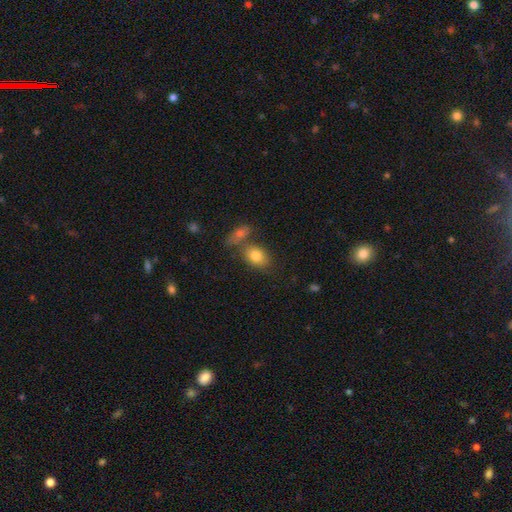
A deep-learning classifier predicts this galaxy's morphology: This appears to be a smooth galaxy with no disk features (81%) that is in between round and cigar-shaped (77%). Merging: none (56%).